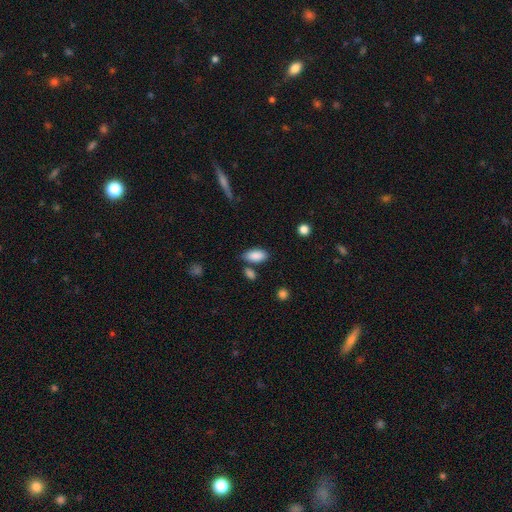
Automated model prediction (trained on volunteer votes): Q: Smooth or featured?
A: smooth (88%); runner-up: star or artifact (7%)
Q: How rounded?
A: in between (92%); runner-up: cigar-shaped (5%)
Q: Merging?
A: none (73%); runner-up: minor disturbance (15%)